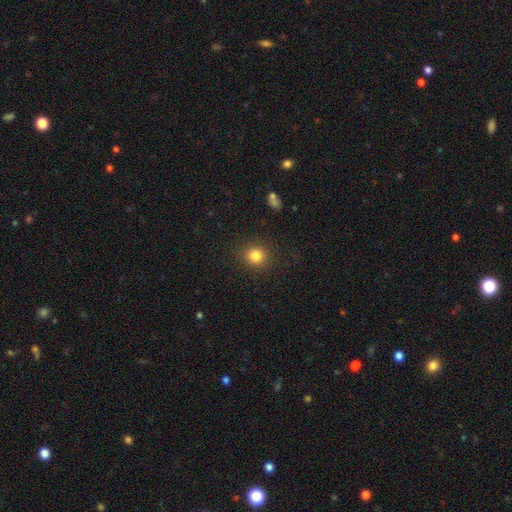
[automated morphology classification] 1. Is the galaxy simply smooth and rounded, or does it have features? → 83% smooth, 12% star or artifact, 5% featured or disk.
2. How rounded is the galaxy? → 87% round, 12% in between, 1% cigar-shaped.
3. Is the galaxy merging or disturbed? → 89% none, 7% minor disturbance, 3% major disturbance, 1% merger.